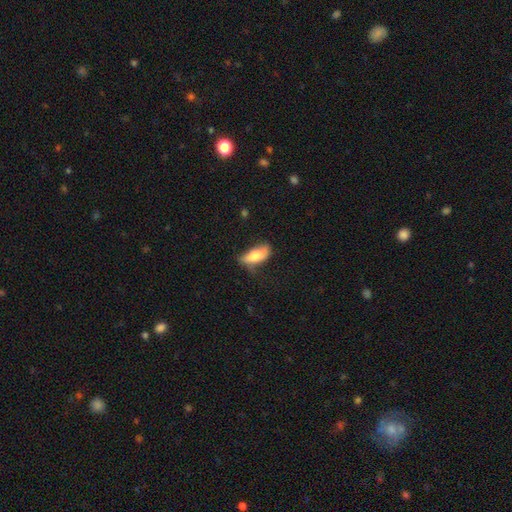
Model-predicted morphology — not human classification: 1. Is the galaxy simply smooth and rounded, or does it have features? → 74% smooth, 19% featured or disk, 7% star or artifact.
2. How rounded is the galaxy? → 81% in between, 17% cigar-shaped, 3% round.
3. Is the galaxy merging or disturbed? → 41% none, 37% minor disturbance, 18% major disturbance, 4% merger.